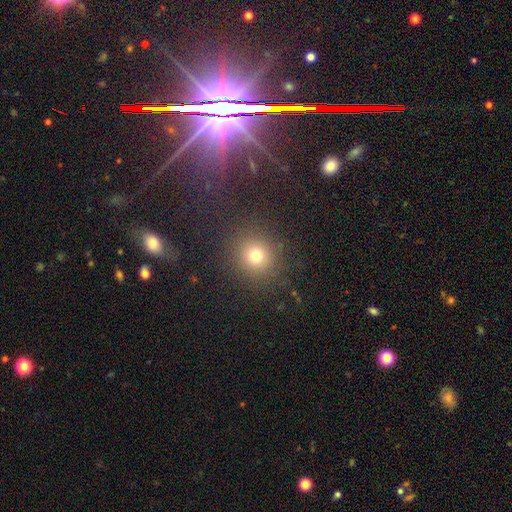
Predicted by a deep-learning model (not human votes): This appears to be a smooth galaxy with no disk features (73%) that is round (89%). Merging: none (86%).